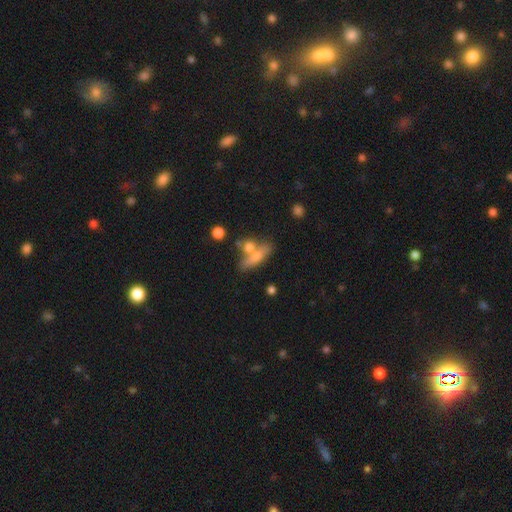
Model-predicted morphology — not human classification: smooth 56%, featured or disk 35%, star or artifact 9%. Down the decision tree: how rounded — cigar-shaped (52%); merging — none (49%).